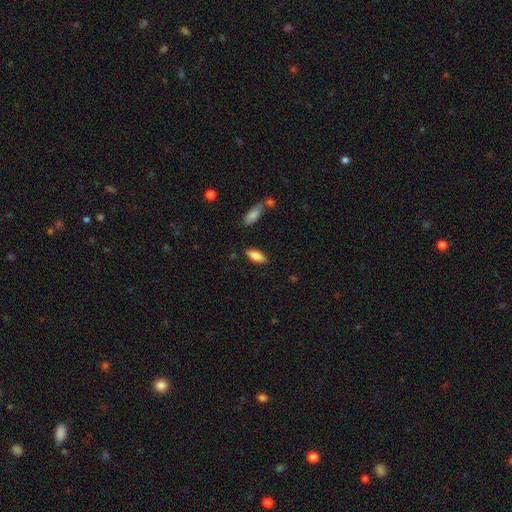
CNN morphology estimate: type=smooth (79%); roundness=in between (77%); merging=none (84%).